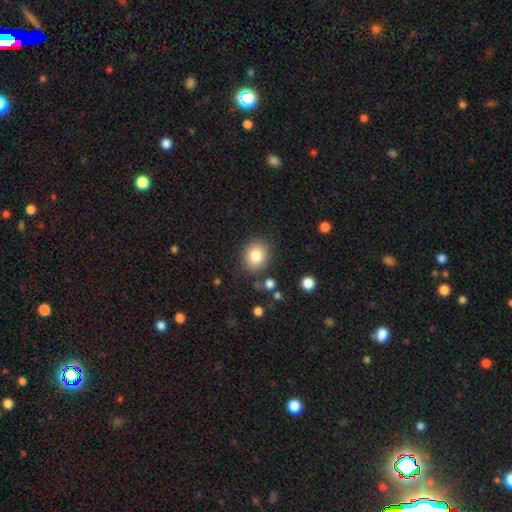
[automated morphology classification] A smooth galaxy with no disk features (82%) that is round (54%). Merging: none (84%).